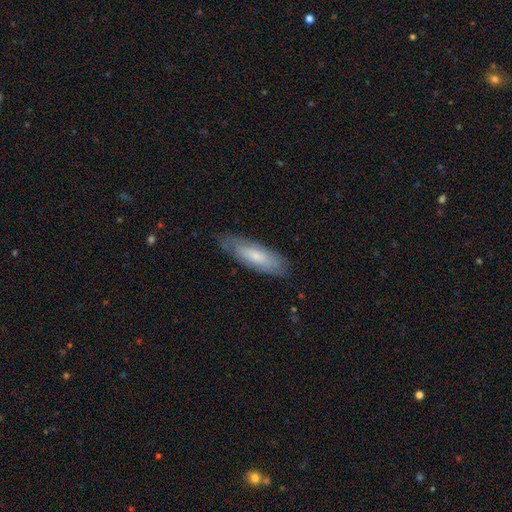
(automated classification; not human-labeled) The model was most divided on "how rounded": in between: 51%, cigar-shaped: 48%, round: 2%. More confident: merging — none (78%); smooth or featured — smooth (58%).